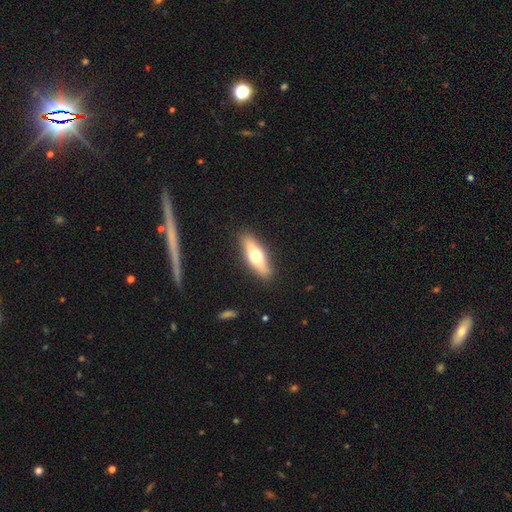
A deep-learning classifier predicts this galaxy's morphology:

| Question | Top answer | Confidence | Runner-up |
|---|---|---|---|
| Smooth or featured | smooth | 53% | featured or disk (41%) |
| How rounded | cigar-shaped | 50% | in between (47%) |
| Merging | none | 88% | minor disturbance (9%) |